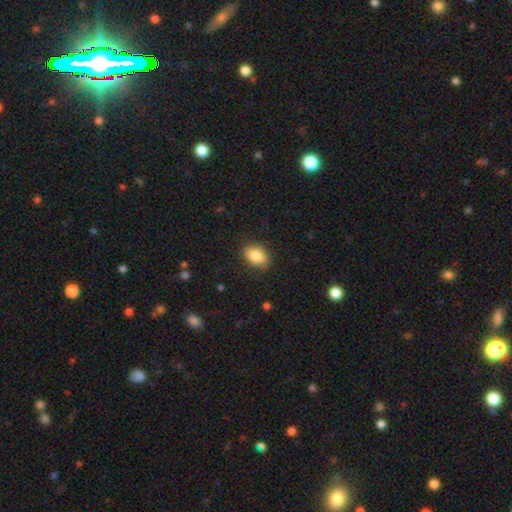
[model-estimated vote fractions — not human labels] This appears to be a smooth galaxy with no disk features (87%) that is in between round and cigar-shaped (84%). Merging: none (83%).